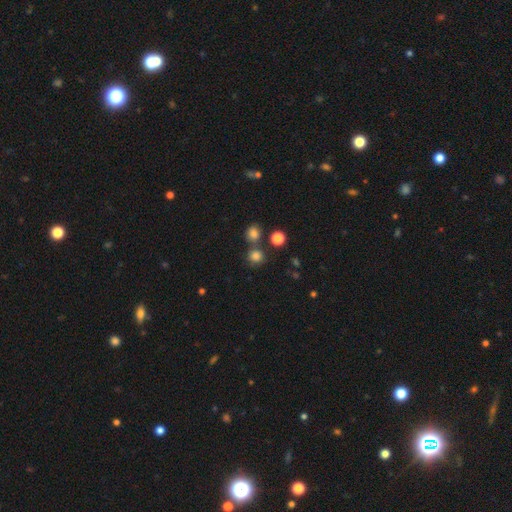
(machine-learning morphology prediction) This is likely a smooth galaxy (79%). How rounded: clearly round (89%). Merging: likely none (69%).